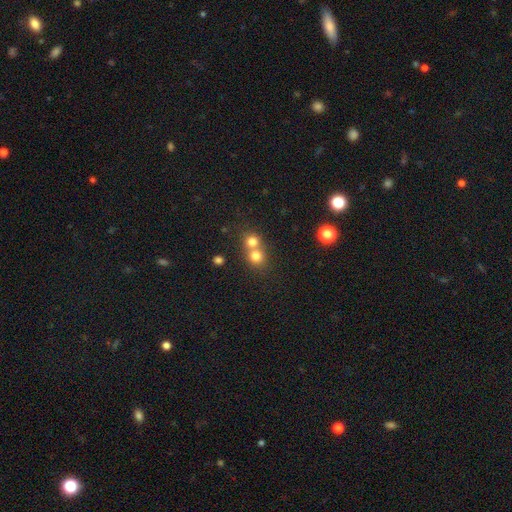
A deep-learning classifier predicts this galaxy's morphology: smooth-or-featured: smooth: 76% | star or artifact: 14% | featured or disk: 10%
  how-rounded: round: 85% | in between: 14% | cigar-shaped: 1%
  merging: merger: 55% | none: 39% | minor disturbance: 4% | major disturbance: 2%